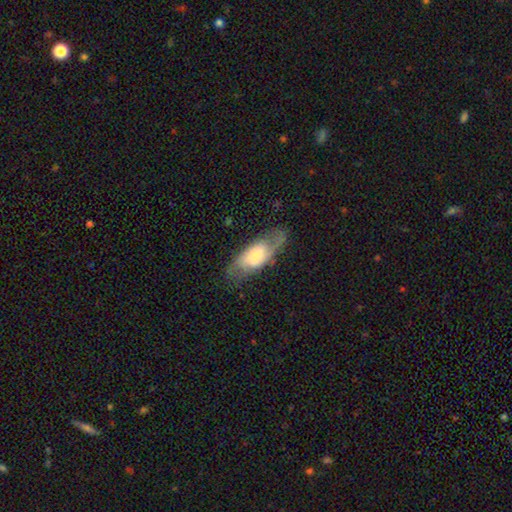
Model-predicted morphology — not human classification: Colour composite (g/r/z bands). It shows a featured or disk galaxy (61%) with no bar (46%), spiral arms (85%) and a moderate central bulge (46%). Merging: none (66%).